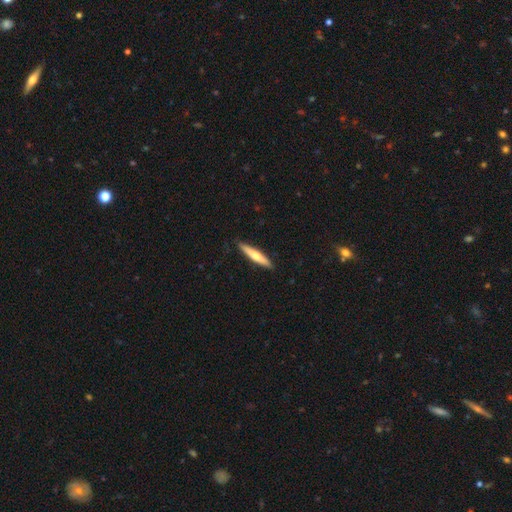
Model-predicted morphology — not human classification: Q: Smooth or featured?
A: smooth (51%); runner-up: featured or disk (44%)
Q: How rounded?
A: cigar-shaped (90%); runner-up: in between (8%)
Q: Merging?
A: none (90%); runner-up: minor disturbance (7%)